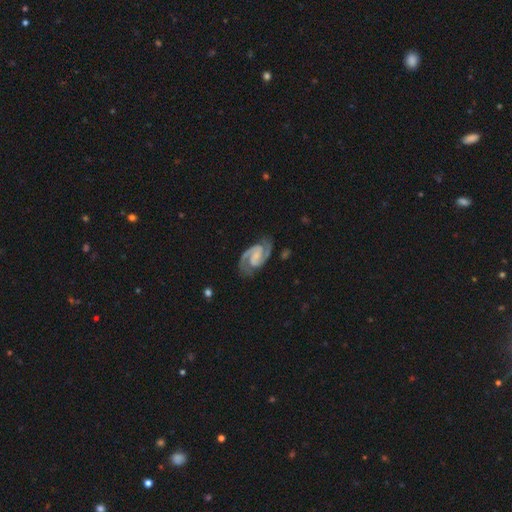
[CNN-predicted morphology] Overall: featured or disk (92%). Edge-on disk: no (98%). Bar: weak (43%; no 35%). Spiral arms: yes (98%). Spiral arm count: 2 (94%). Spiral winding: medium (56%; tight 35%). Bulge size: none (41%; small 37%). Merging: none (80%).